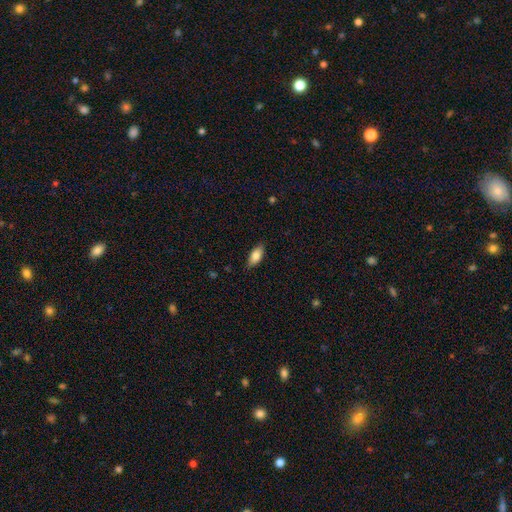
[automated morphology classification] smooth_or_featured: smooth (p=0.81) [alt: featured or disk p=0.12]
how_rounded: in between (p=0.85) [alt: cigar-shaped p=0.13]
merging: none (p=0.83) [alt: minor disturbance p=0.13]